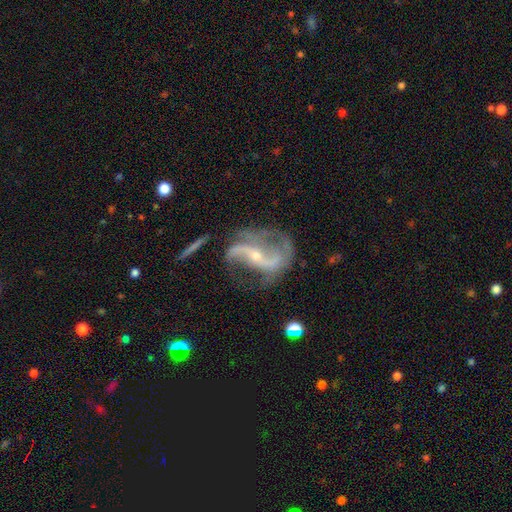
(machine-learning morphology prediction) The model was most divided on "spiral winding": loose: 56%, medium: 33%, tight: 11%. More confident: edge-on disk — no (95%); spiral arms — yes (95%); smooth or featured — featured or disk (89%); spiral arm count — 2 (85%); bulge size — small (71%); merging — none (56%); bar — strong (51%).